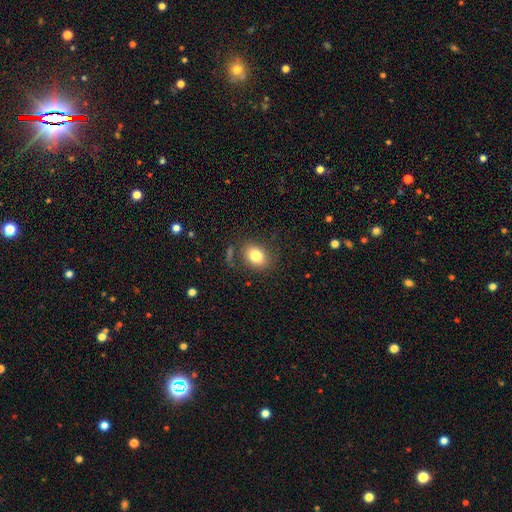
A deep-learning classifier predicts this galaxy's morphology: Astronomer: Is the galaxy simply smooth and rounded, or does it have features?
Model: smooth — 80%.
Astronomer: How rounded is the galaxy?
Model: in between — 65%.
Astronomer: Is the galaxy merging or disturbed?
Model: none — 79%.